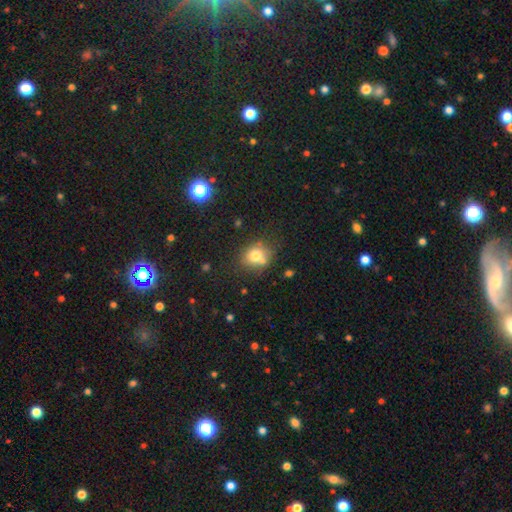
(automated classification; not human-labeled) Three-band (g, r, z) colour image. It shows a smooth galaxy with no disk features (73%) that is round (68%). Merging: none (58%).